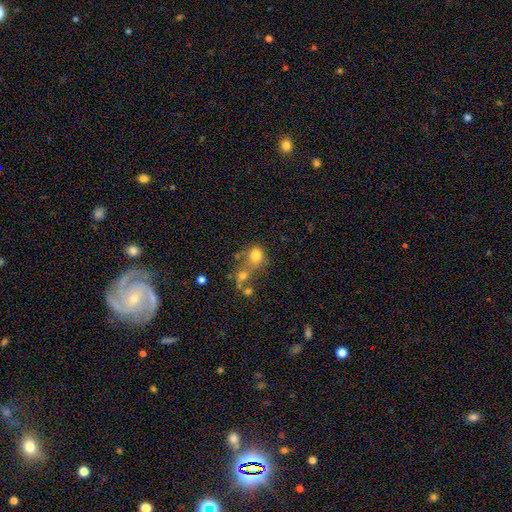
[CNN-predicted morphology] Smooth or featured: smooth — 75% (star or artifact — 13%)
How rounded: round — 62% (in between — 37%)
Merging: none — 41% (merger — 37%)